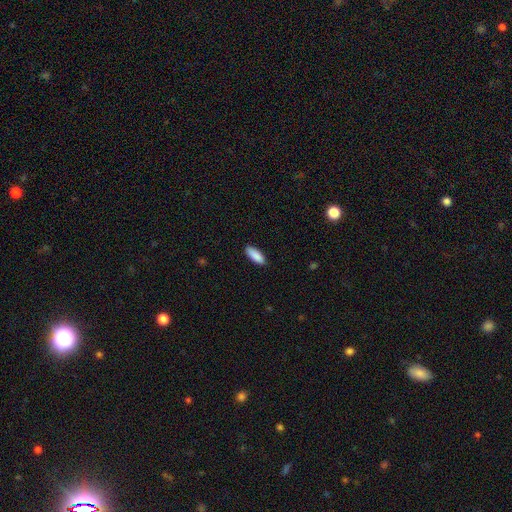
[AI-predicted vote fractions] Smooth or featured? Predicted: smooth (p=0.89). How rounded? Predicted: in between (p=0.67). Merging? Predicted: none (p=0.88).